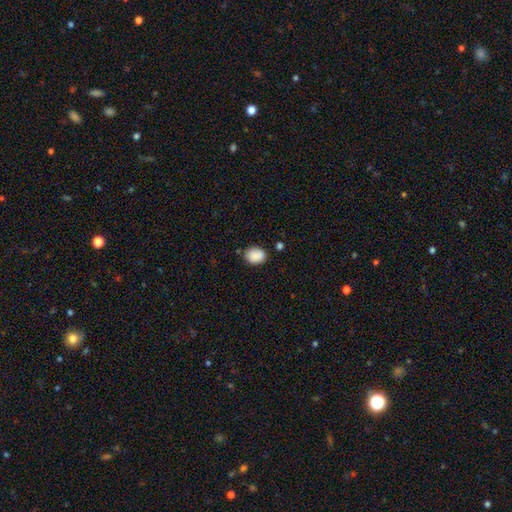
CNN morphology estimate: A smooth galaxy with no disk features (89%) that is in between round and cigar-shaped (57%). Merging: none (78%).